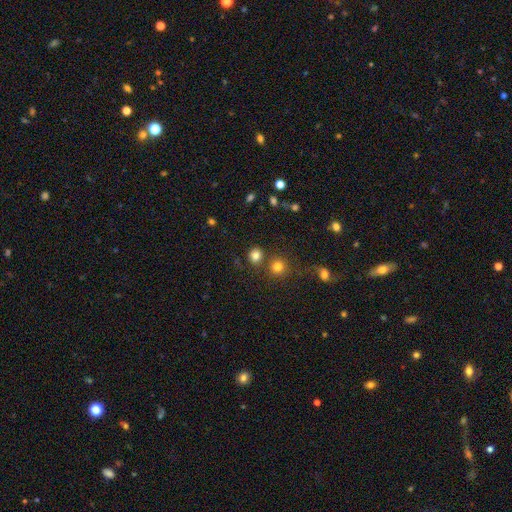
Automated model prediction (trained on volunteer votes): smooth 80%, star or artifact 14%, featured or disk 6%. Down the decision tree: how rounded — round (81%); merging — none (74%).